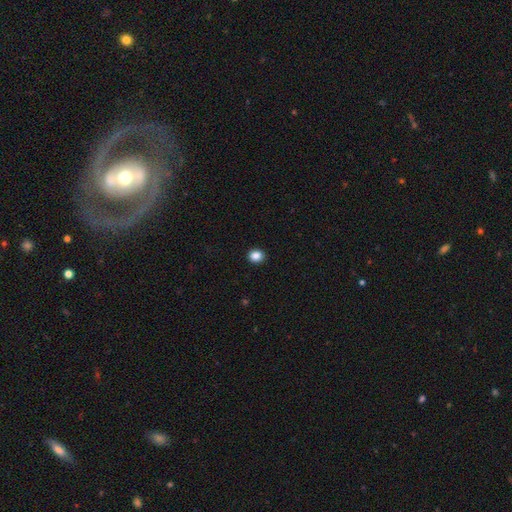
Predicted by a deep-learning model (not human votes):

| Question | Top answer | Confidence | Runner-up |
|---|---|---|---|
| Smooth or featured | smooth | 86% | star or artifact (10%) |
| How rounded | round | 71% | in between (28%) |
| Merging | none | 92% | minor disturbance (5%) |